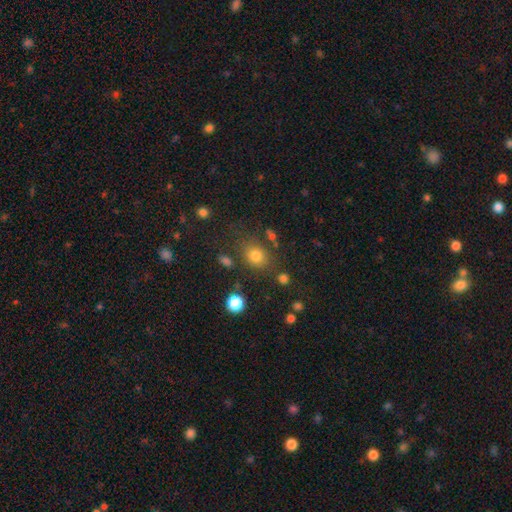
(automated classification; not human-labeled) Morphology: type=smooth (77%); roundness=round (57%); merging=none (73%).